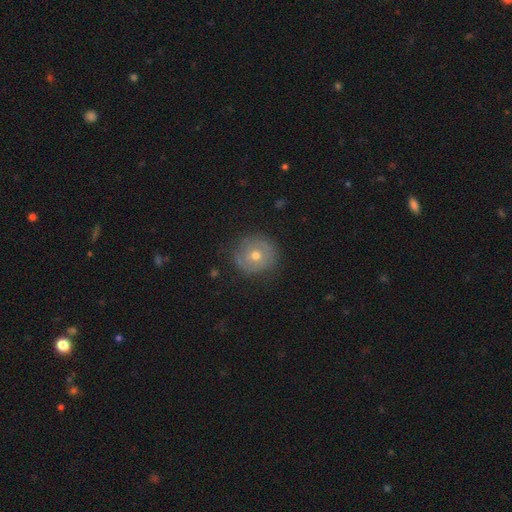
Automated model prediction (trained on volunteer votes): A featured or disk galaxy (51%).

Vote fractions:
- Smooth or featured? featured or disk: 51% / smooth: 40% / star or artifact: 9%
- Edge-on disk? no: 96% / yes: 4%
- Merging? none: 79% / minor disturbance: 15% / major disturbance: 5% / merger: 1%